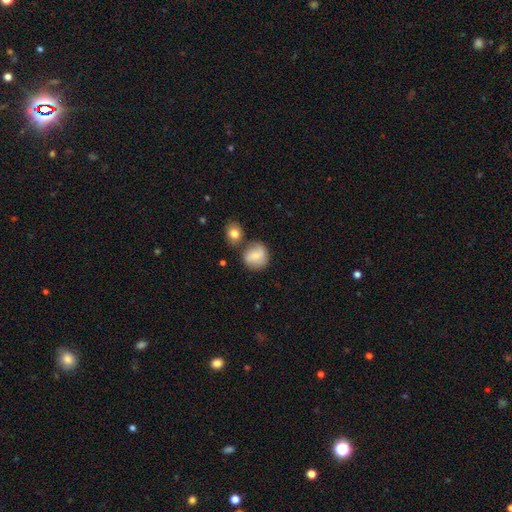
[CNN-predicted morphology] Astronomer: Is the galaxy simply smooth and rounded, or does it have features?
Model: smooth — 68%.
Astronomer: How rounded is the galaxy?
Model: round — 87%.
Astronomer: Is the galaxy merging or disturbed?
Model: none — 62%.